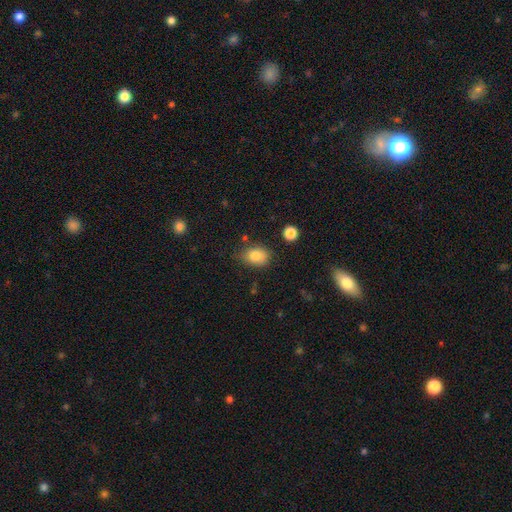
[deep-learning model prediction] This is clearly a smooth galaxy (81%). How rounded: likely in between (69%). Merging: likely none (71%).